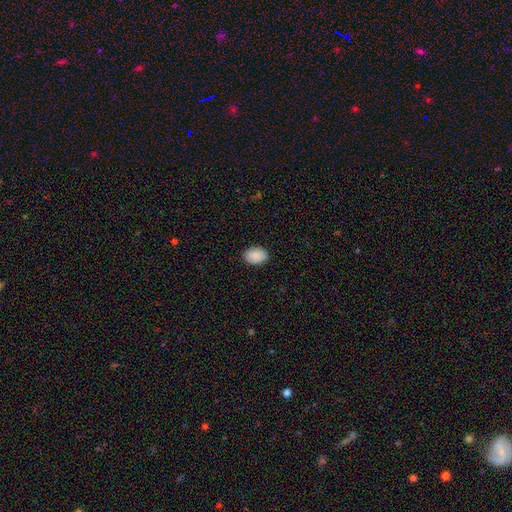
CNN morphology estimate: Smooth or featured? smooth (90%)
How rounded? in between (75%)
Merging? none (88%)